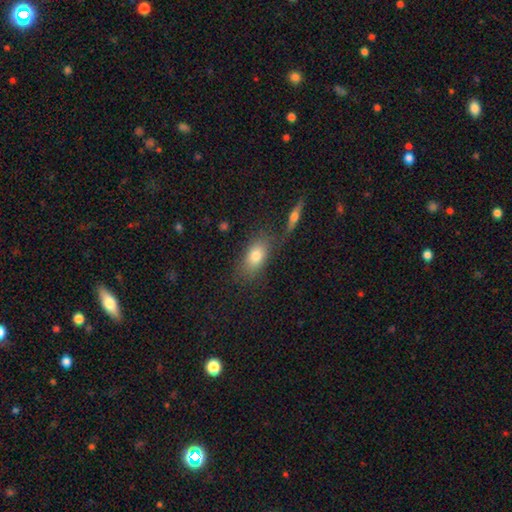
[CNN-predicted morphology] Overall: smooth (77%). How rounded: in between (84%). Merging: none (67%).